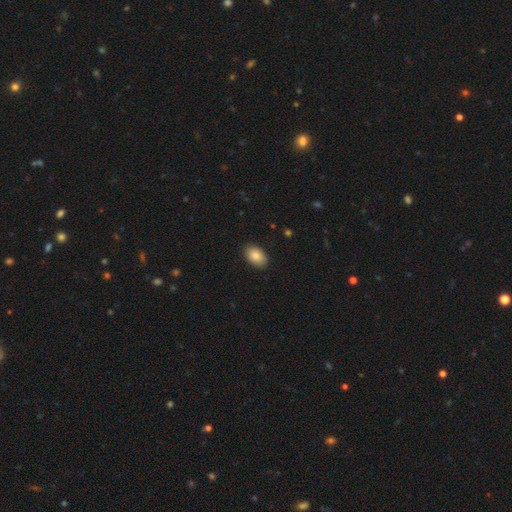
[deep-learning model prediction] A smooth galaxy with no disk features (86%) that is in between round and cigar-shaped (85%). Merging: none (88%).